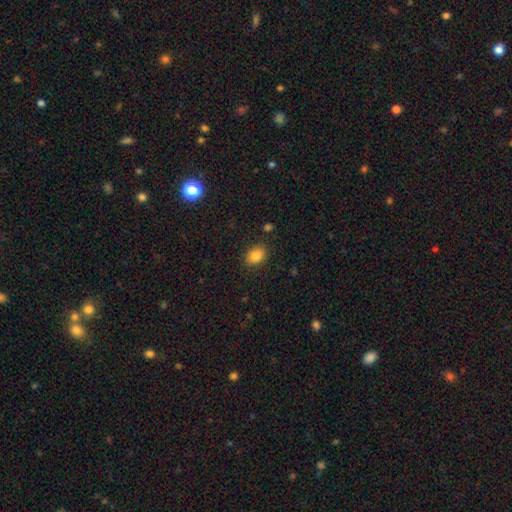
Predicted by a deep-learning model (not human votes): This is clearly a smooth galaxy (85%). How rounded: likely in between (69%). Merging: clearly none (86%).